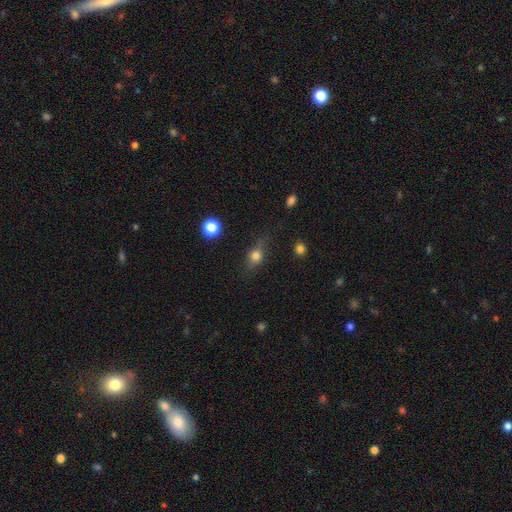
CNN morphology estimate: This appears to be a smooth galaxy with no disk features (59%) that is in between round and cigar-shaped (50%). Merging: none (70%).